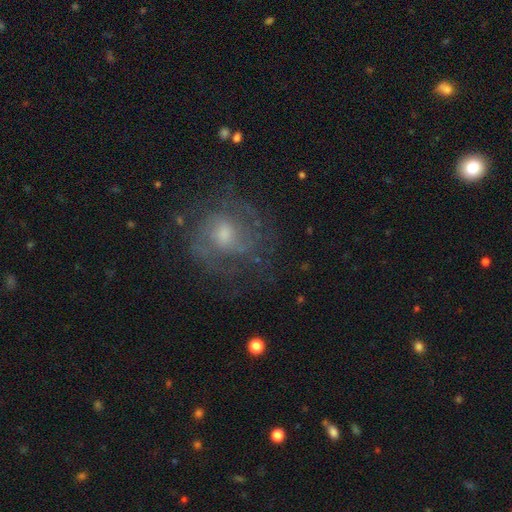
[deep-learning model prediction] A featured or disk galaxy (64%) with no bar (65%), tight (43%) spiral arms (84%) and a moderate central bulge (52%). Merging: none (71%).